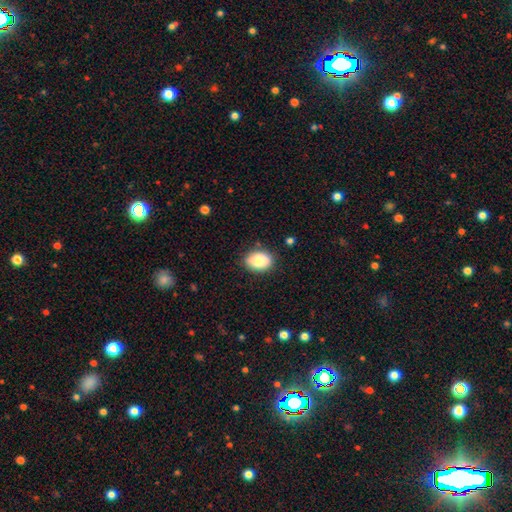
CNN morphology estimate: smooth-or-featured: smooth: 85% | star or artifact: 8% | featured or disk: 7%
  how-rounded: in between: 79% | round: 20% | cigar-shaped: 1%
  merging: none: 85% | minor disturbance: 11% | major disturbance: 2% | merger: 1%